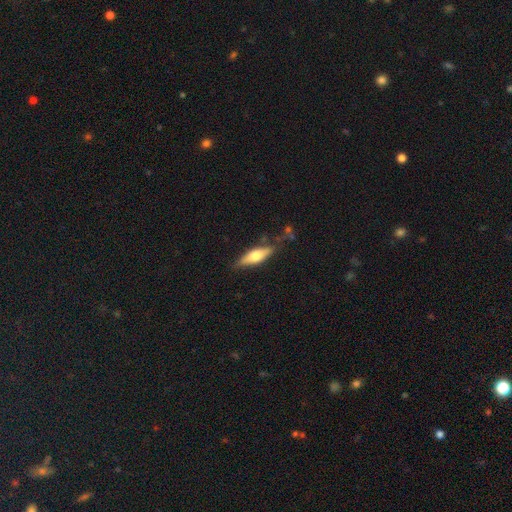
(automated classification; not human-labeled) smooth 54%, featured or disk 39%, star or artifact 6%. Down the decision tree: how rounded — in between (49%); merging — none (72%).